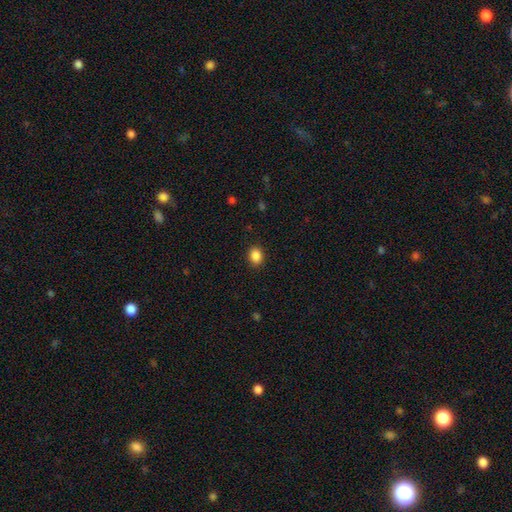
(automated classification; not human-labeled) Smooth or featured: smooth — 88% (star or artifact — 9%)
How rounded: round — 50% (in between — 49%)
Merging: none — 90% (minor disturbance — 7%)